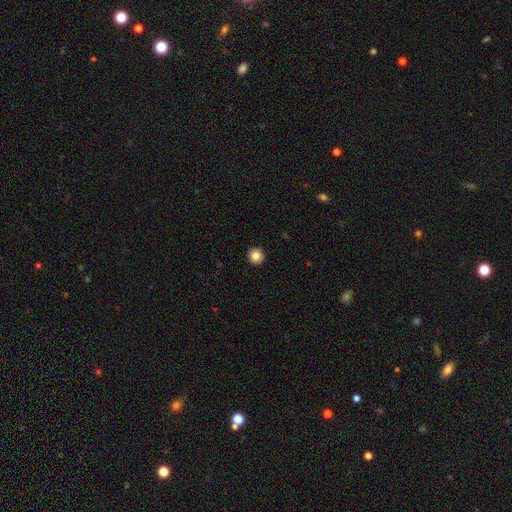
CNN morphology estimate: type=smooth (84%); roundness=round (95%); merging=none (94%).